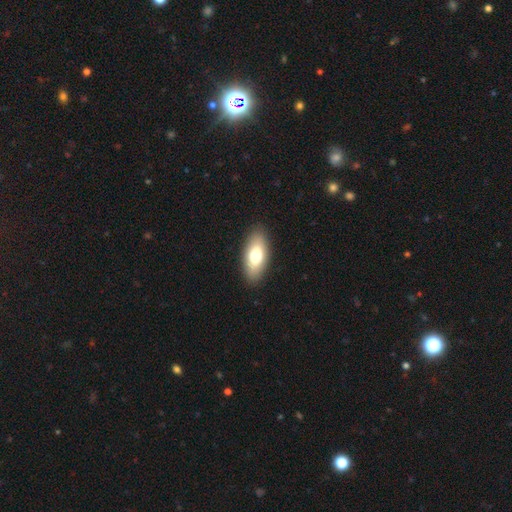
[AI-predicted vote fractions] Smooth or featured?
  - smooth: 72% *
  - featured or disk: 21%
  - star or artifact: 6%
How rounded?
  - in between: 87% *
  - cigar-shaped: 10%
  - round: 3%
Merging?
  - none: 89% *
  - minor disturbance: 8%
  - major disturbance: 2%
  - merger: 1%